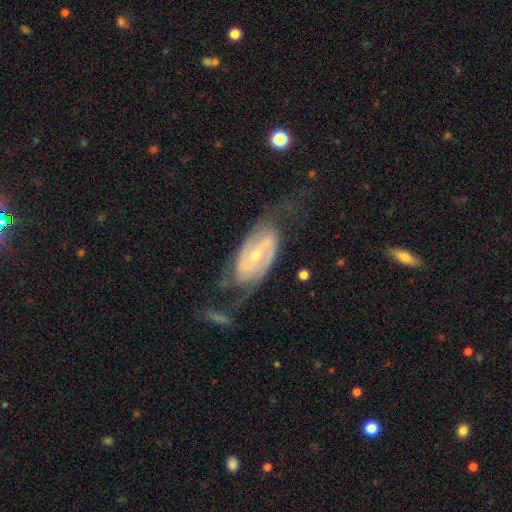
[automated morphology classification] smooth-or-featured: featured or disk: 88% | smooth: 7% | star or artifact: 5%
  disk-edge-on: no: 95% | yes: 5%
    bar: weak: 42% | strong: 33% | no: 25%
    has-spiral-arms: yes: 96% | no: 4%
      spiral-winding: medium: 42% | tight: 38% | loose: 20%
      spiral-arm-count: 2: 87% | can't tell: 7% | 3: 3% | 1: 2% | 4: 1% | more than 4: 1%
    bulge-size: small: 55% | moderate: 41% | large: 2% | none: 1% | dominant: 1%
  merging: none: 57% | minor disturbance: 21% | major disturbance: 19% | merger: 3%